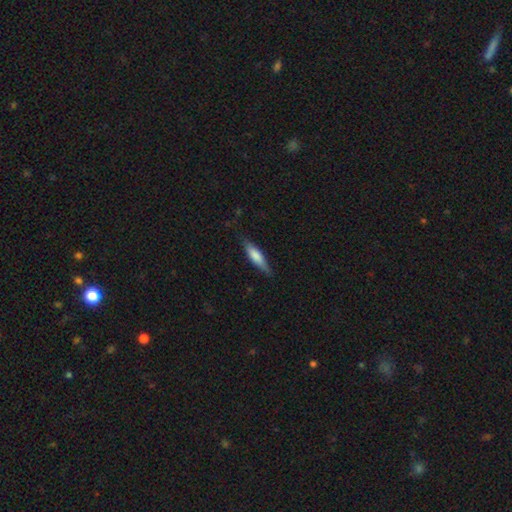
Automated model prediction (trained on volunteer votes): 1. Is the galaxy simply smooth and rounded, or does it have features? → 71% smooth, 23% featured or disk, 6% star or artifact.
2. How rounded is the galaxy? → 67% cigar-shaped, 31% in between, 2% round.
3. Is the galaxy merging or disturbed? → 78% none, 18% minor disturbance, 3% major disturbance, 1% merger.